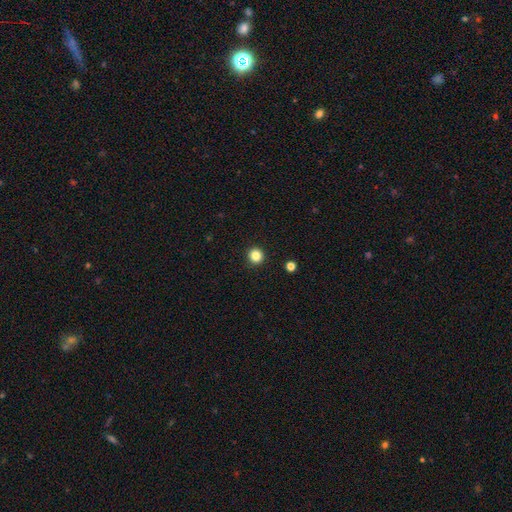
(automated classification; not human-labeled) smooth-or-featured: smooth: 84% | star or artifact: 11% | featured or disk: 4%
  how-rounded: round: 95% | in between: 4% | cigar-shaped: 1%
  merging: none: 94% | minor disturbance: 4% | major disturbance: 1% | merger: 1%